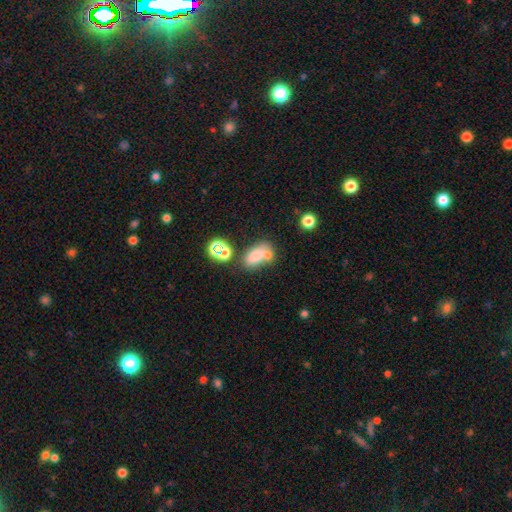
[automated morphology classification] The model was most divided on "merging": merger: 40%, none: 36%, minor disturbance: 15%, major disturbance: 9%. More confident: how rounded — in between (84%); smooth or featured — smooth (70%).